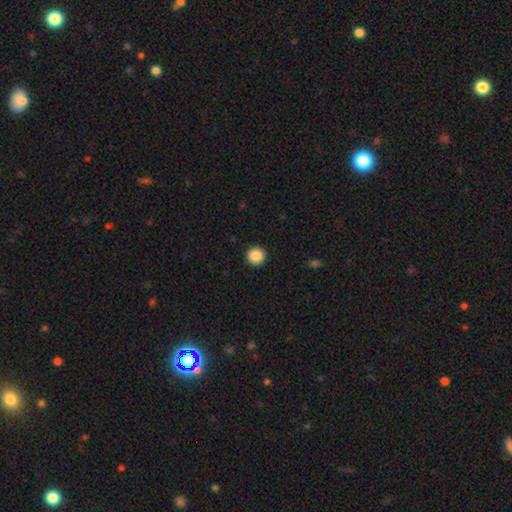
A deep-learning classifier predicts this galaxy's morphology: Smooth or featured? smooth (87%)
How rounded? round (96%)
Merging? none (93%)